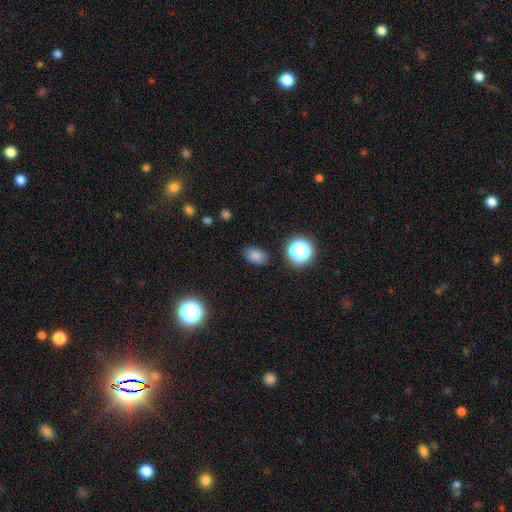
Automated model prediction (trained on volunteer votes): Overall: smooth (80%). How rounded: in between (79%). Merging: none (83%).